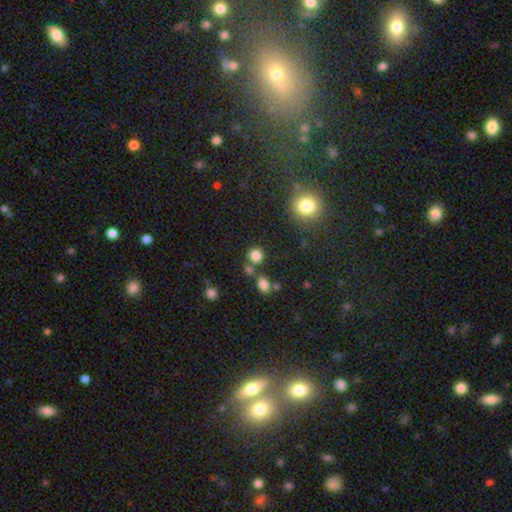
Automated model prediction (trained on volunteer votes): Smooth or featured?
  - smooth: 81% *
  - star or artifact: 14%
  - featured or disk: 5%
How rounded?
  - round: 85% *
  - in between: 14%
  - cigar-shaped: 1%
Merging?
  - none: 71% *
  - merger: 16%
  - minor disturbance: 9%
  - major disturbance: 4%